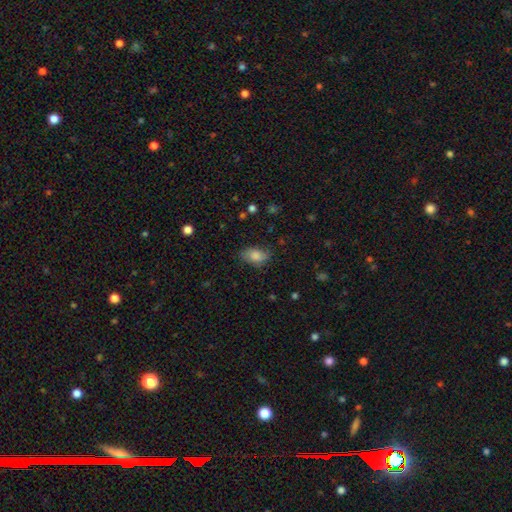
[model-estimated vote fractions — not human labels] smooth-or-featured: smooth: 82% | featured or disk: 10% | star or artifact: 8%
  how-rounded: in between: 88% | round: 10% | cigar-shaped: 2%
  merging: none: 74% | minor disturbance: 20% | major disturbance: 5% | merger: 1%